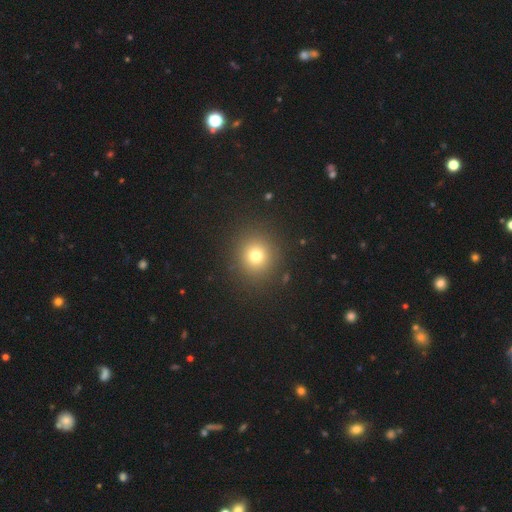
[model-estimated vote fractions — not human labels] smooth 74%, star or artifact 17%, featured or disk 9%. Down the decision tree: how rounded — round (89%); merging — none (90%).